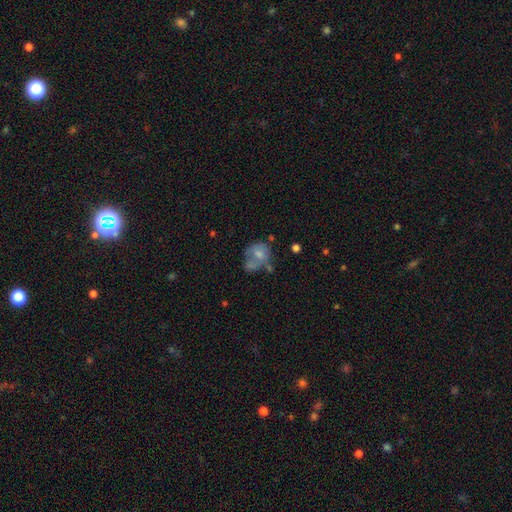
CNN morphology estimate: Smooth or featured? Predicted: featured or disk (p=0.41, tied with smooth). Merging? Predicted: none (p=0.42).